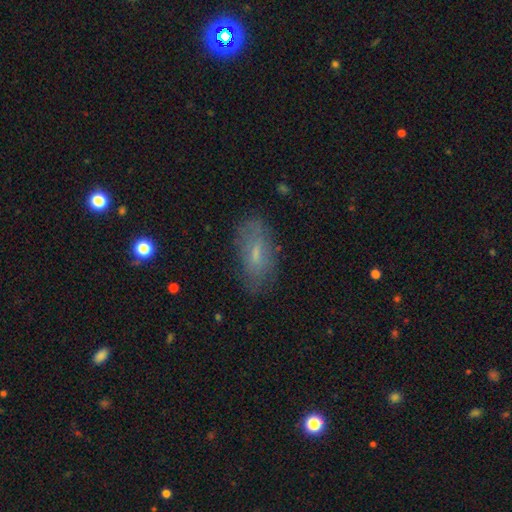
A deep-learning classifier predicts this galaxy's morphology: Smooth or featured: smooth — 59% (featured or disk — 32%)
How rounded: in between — 81% (cigar-shaped — 16%)
Merging: none — 76% (minor disturbance — 17%)